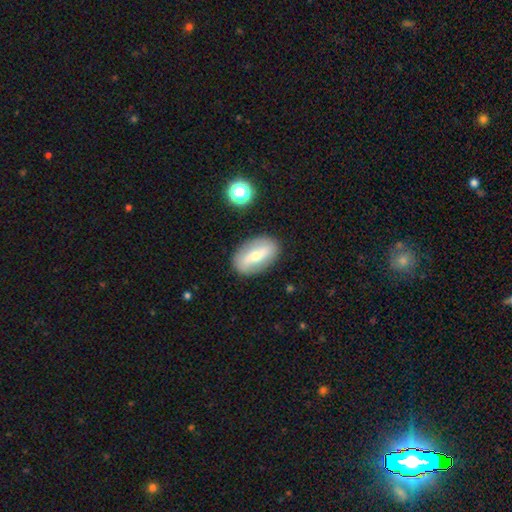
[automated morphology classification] featured or disk 53%, smooth 39%, star or artifact 7%. Down the decision tree: edge-on disk — no (82%); merging — none (86%).